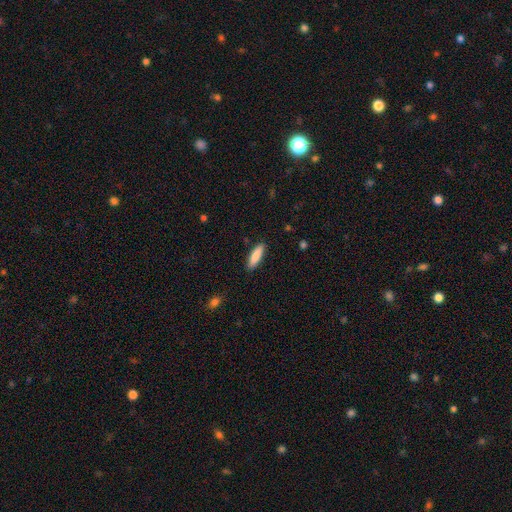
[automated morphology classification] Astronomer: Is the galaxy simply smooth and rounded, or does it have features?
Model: smooth — 87%.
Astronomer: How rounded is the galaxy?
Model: cigar-shaped — 58% (runner-up: in between, 41%).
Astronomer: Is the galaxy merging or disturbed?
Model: none — 89%.